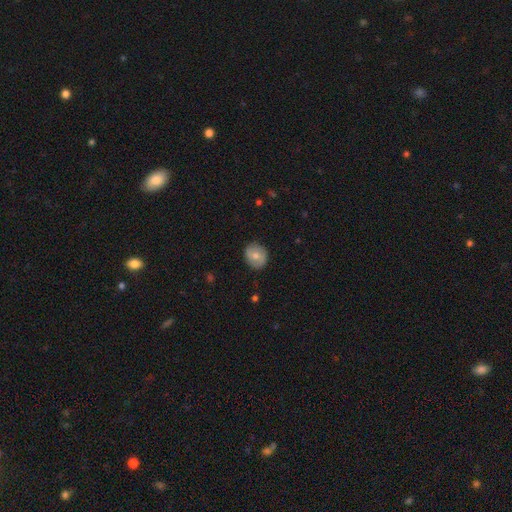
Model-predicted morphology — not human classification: Overall: smooth (67%). How rounded: round (69%; in between 30%). Merging: none (86%).